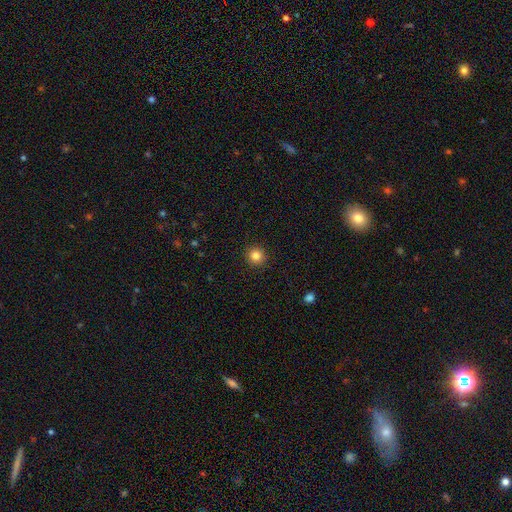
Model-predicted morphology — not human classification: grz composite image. It shows a smooth galaxy with no disk features (84%) that is round (94%). Merging: none (93%).